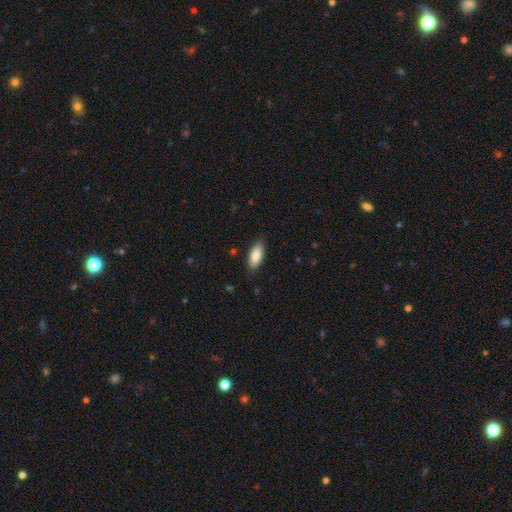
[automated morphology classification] The model was most divided on "how rounded": in between: 85%, cigar-shaped: 13%, round: 2%. More confident: smooth or featured — smooth (85%); merging — none (85%).